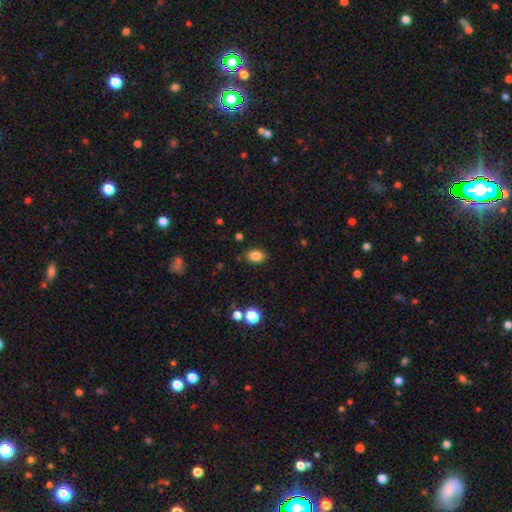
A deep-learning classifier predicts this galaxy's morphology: Q: Smooth or featured?
A: smooth (83%); runner-up: star or artifact (10%)
Q: How rounded?
A: in between (81%); runner-up: round (17%)
Q: Merging?
A: none (86%); runner-up: minor disturbance (9%)